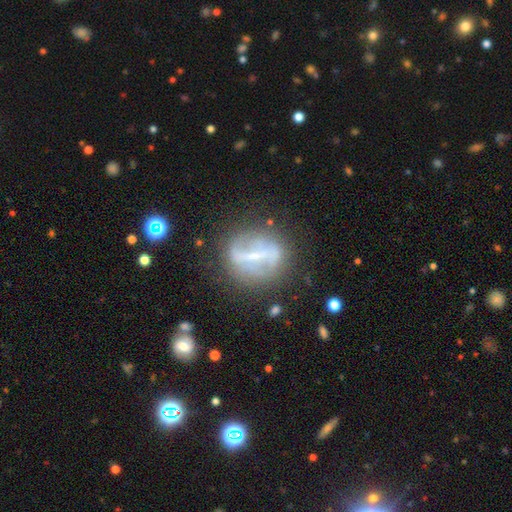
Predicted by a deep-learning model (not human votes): smooth-or-featured: featured or disk: 70% | smooth: 20% | star or artifact: 10%
  disk-edge-on: no: 83% | yes: 17%
    bar: strong: 69% | weak: 20% | no: 11%
    has-spiral-arms: no: 60% | yes: 40%
    bulge-size: small: 61% | none: 20% | moderate: 16% | large: 2% | dominant: 1%
  merging: none: 68% | minor disturbance: 18% | major disturbance: 11% | merger: 3%